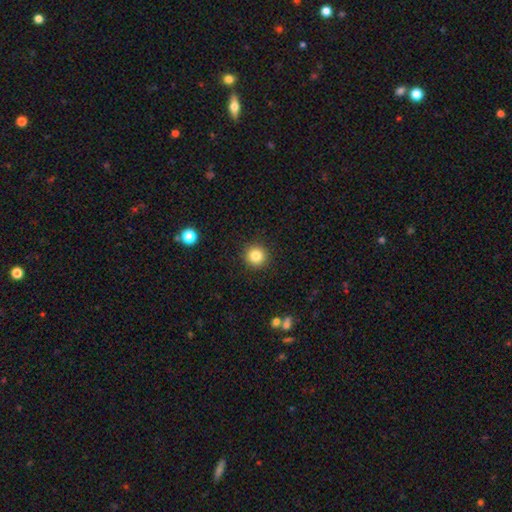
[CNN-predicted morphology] This is clearly a smooth galaxy (83%). How rounded: clearly round (95%). Merging: clearly none (92%).